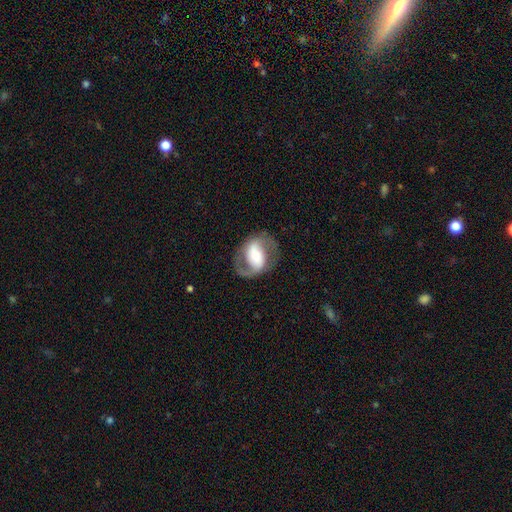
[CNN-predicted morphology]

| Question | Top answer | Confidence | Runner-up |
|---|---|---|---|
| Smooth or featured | featured or disk | 78% | smooth (17%) |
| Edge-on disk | no | 96% | yes (4%) |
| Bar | strong | 43% | weak (33%) |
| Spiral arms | yes | 85% | no (15%) |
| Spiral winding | medium | 49% | loose (31%) |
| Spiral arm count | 2 | 88% | can't tell (5%) |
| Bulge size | moderate | 50% | small (27%) |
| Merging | none | 76% | minor disturbance (13%) |